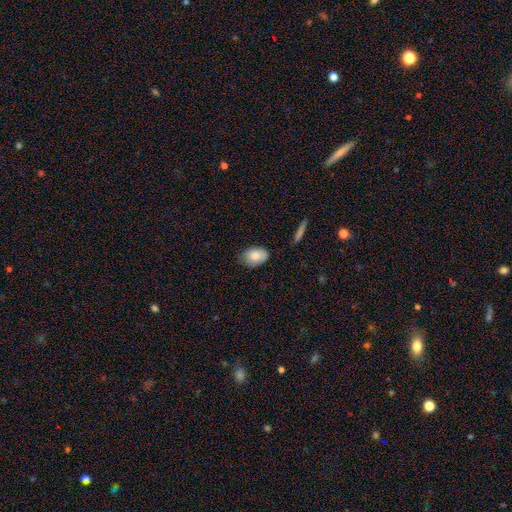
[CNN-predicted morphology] This appears to be a smooth galaxy with no disk features (85%) that is in between round and cigar-shaped (83%). Merging: none (67%).